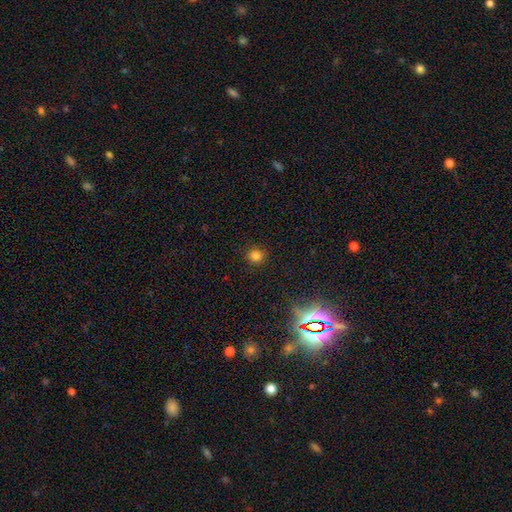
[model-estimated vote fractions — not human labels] smooth-or-featured: smooth: 80% | star or artifact: 16% | featured or disk: 4%
  how-rounded: round: 90% | in between: 9% | cigar-shaped: 1%
  merging: none: 90% | minor disturbance: 6% | major disturbance: 2% | merger: 1%